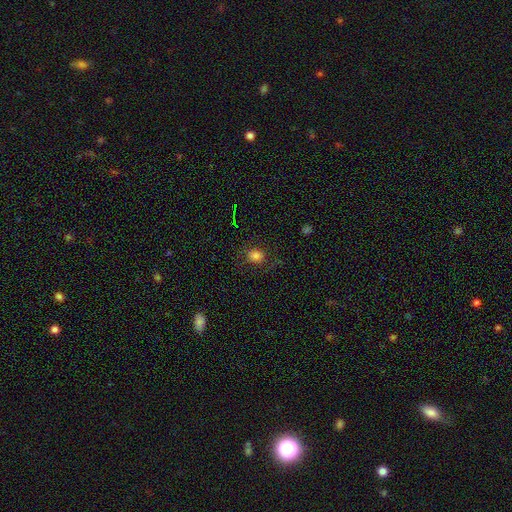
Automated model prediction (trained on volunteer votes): The model was most divided on "how rounded": round: 69%, in between: 30%, cigar-shaped: 1%. More confident: merging — none (78%); smooth or featured — smooth (76%).